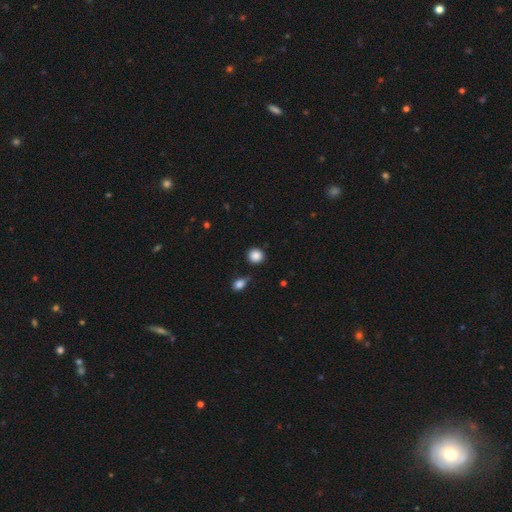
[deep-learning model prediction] This appears to be a smooth galaxy with no disk features (87%) that is round (88%). Merging: none (83%).